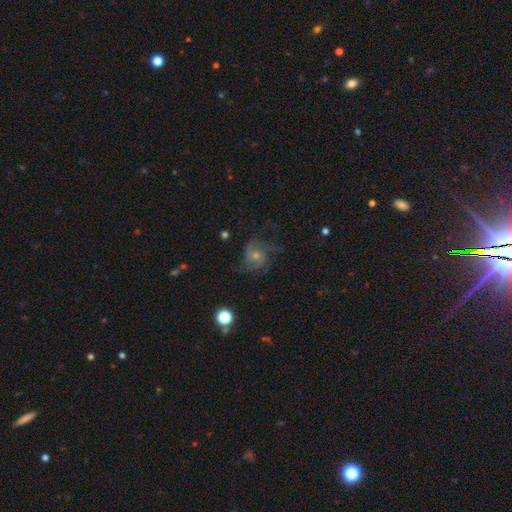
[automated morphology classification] Smooth or featured: featured or disk — 71% (star or artifact — 15%)
Edge-on disk: no — 97% (yes — 3%)
Bar: no — 75% (weak — 21%)
Spiral arms: yes — 92% (no — 8%)
Spiral winding: medium — 49% (tight — 30%)
Spiral arm count: 3 — 37% (2 — 22%)
Bulge size: small — 47% (tied with moderate — 47%)
Merging: none — 65% (minor disturbance — 18%)